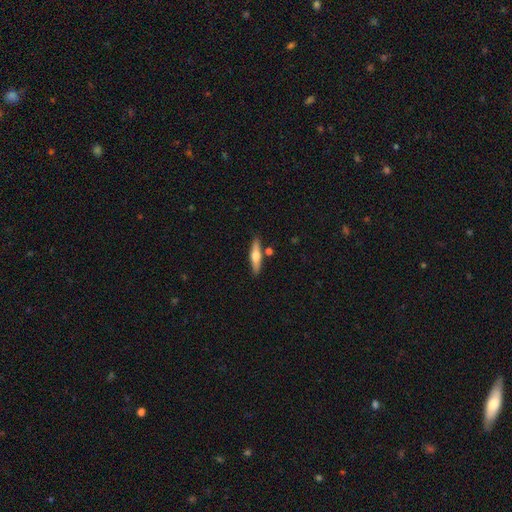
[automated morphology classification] Smooth or featured?
  - smooth: 47% * (tied)
  - featured or disk: 47% * (tied)
  - star or artifact: 6%
Merging?
  - none: 82% *
  - minor disturbance: 10%
  - merger: 6%
  - major disturbance: 2%